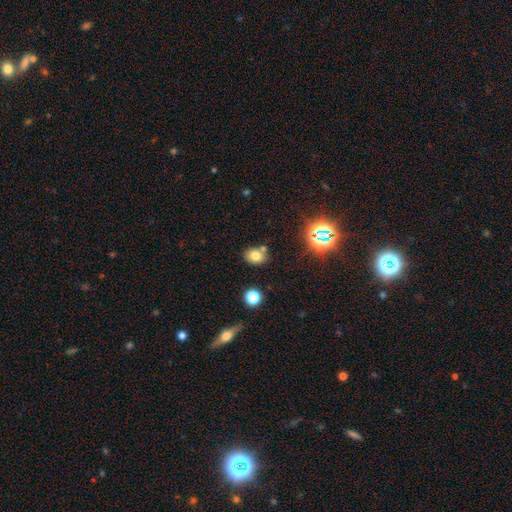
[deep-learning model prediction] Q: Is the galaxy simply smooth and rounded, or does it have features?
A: smooth — 74%.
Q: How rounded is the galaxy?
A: in between — 58%.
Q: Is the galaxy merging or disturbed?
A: none — 69%.